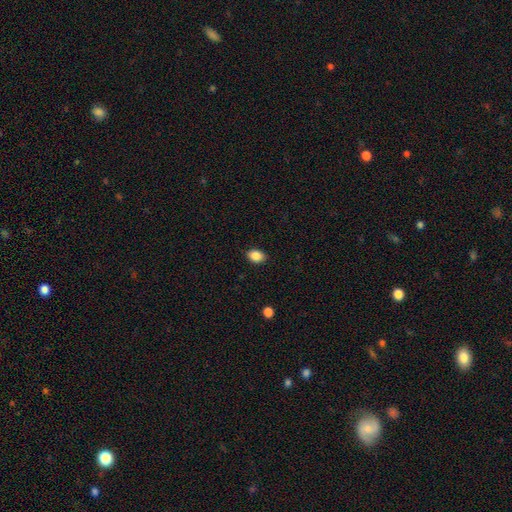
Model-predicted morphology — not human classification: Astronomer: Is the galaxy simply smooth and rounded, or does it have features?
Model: smooth — 87%.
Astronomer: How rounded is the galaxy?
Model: in between — 76%.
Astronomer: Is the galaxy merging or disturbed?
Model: none — 88%.